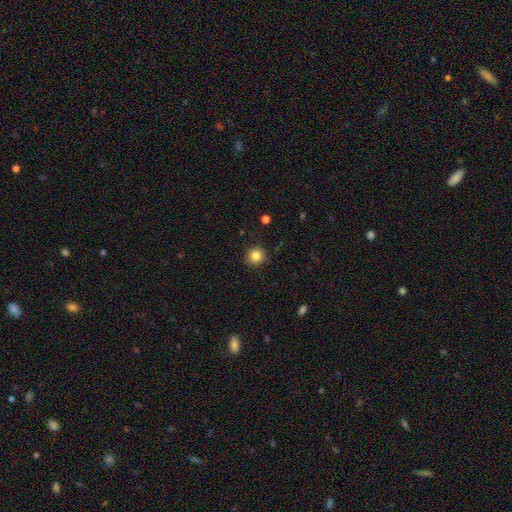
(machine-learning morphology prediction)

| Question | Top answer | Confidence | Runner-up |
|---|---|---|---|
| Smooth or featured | smooth | 84% | star or artifact (11%) |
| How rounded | round | 92% | in between (7%) |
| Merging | none | 89% | minor disturbance (8%) |